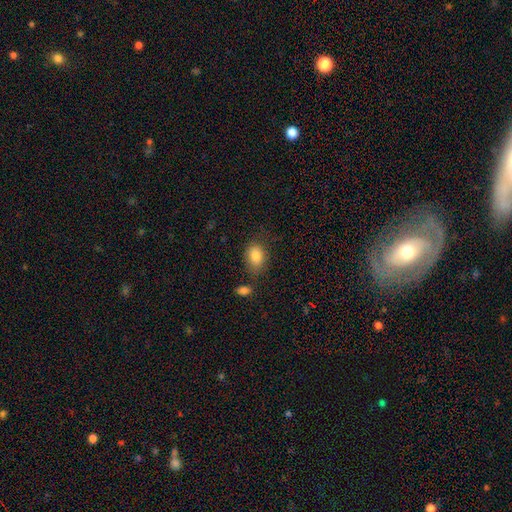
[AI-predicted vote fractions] A smooth galaxy with no disk features (84%) that is in between round and cigar-shaped (80%). Merging: none (71%).